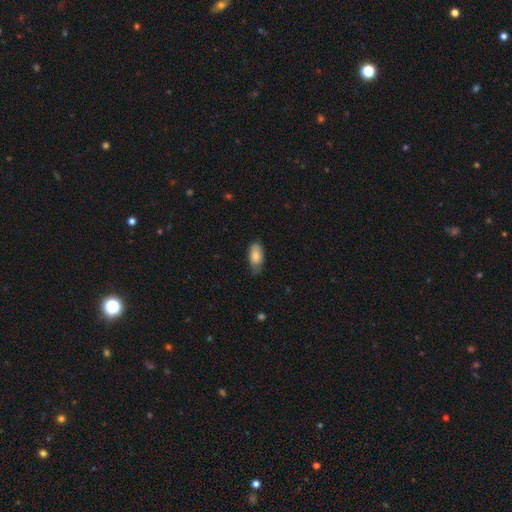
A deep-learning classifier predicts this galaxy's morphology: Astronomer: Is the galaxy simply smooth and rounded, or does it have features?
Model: smooth — 81%.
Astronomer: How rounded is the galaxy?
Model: in between — 90%.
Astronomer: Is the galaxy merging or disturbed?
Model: none — 63%.